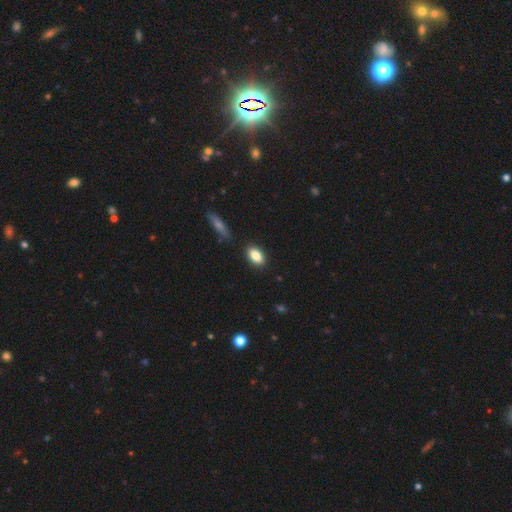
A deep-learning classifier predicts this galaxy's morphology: A smooth galaxy with no disk features (85%) that is in between round and cigar-shaped (88%).

Vote fractions:
- Smooth or featured? smooth: 85% / star or artifact: 8% / featured or disk: 7%
- How rounded? in between: 88% / round: 8% / cigar-shaped: 4%
- Merging? none: 88% / minor disturbance: 8% / merger: 2% / major disturbance: 2%